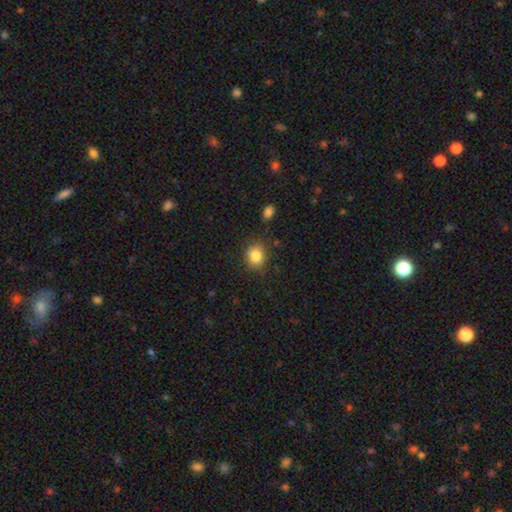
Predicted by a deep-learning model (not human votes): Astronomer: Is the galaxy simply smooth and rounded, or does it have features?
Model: smooth — 85%.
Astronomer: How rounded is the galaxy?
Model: round — 66%.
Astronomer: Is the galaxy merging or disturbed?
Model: none — 80%.